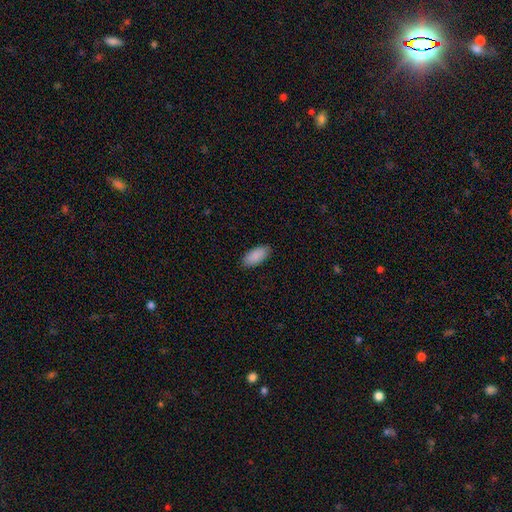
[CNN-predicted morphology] type=smooth (89%); roundness=in between (93%); merging=none (88%).